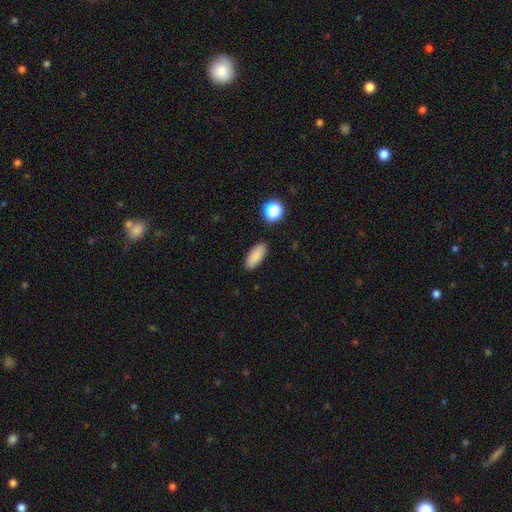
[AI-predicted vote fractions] smooth-or-featured: smooth: 87% | star or artifact: 8% | featured or disk: 5%
  how-rounded: in between: 83% | cigar-shaped: 14% | round: 3%
  merging: none: 88% | minor disturbance: 8% | major disturbance: 2% | merger: 2%